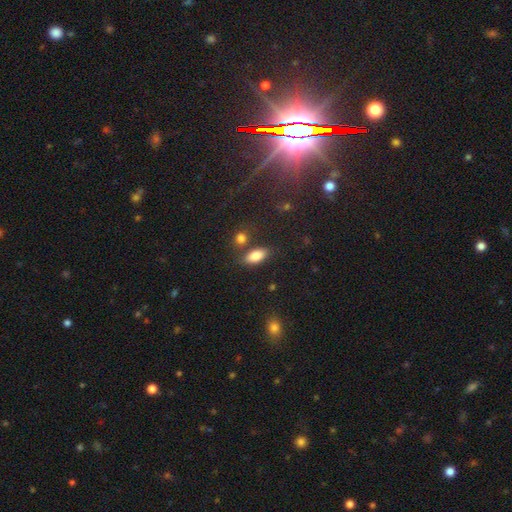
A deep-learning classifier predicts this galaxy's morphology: Smooth or featured? Predicted: smooth (p=0.83). How rounded? Predicted: in between (p=0.88). Merging? Predicted: none (p=0.73).